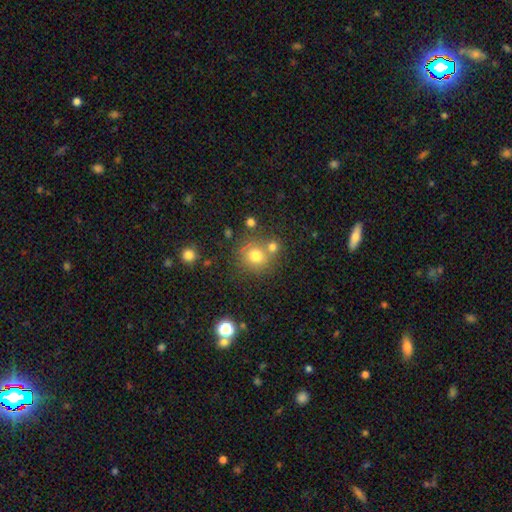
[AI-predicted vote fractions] Smooth or featured? Predicted: smooth (p=0.75). How rounded? Predicted: round (p=0.87). Merging? Predicted: none (p=0.63).